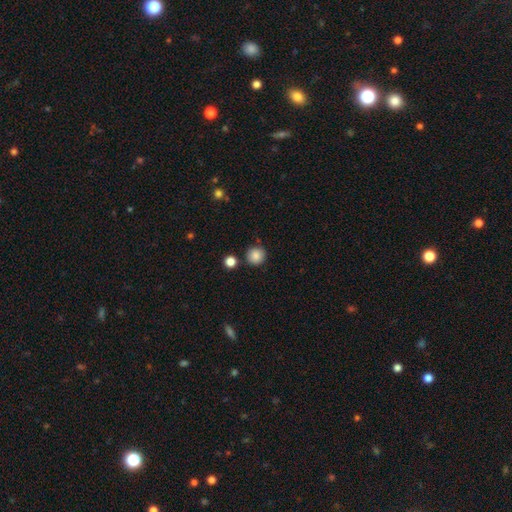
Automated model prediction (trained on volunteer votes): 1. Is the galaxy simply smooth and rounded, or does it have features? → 86% smooth, 10% star or artifact, 4% featured or disk.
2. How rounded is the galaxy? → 94% round, 5% in between, 1% cigar-shaped.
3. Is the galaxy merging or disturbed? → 86% none, 8% minor disturbance, 4% merger, 2% major disturbance.